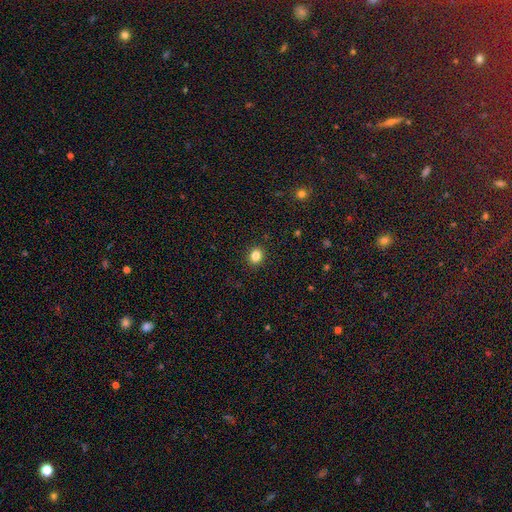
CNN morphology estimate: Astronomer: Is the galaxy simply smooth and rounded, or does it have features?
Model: smooth — 84%.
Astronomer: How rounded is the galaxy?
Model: round — 66%.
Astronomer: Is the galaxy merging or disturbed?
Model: none — 91%.